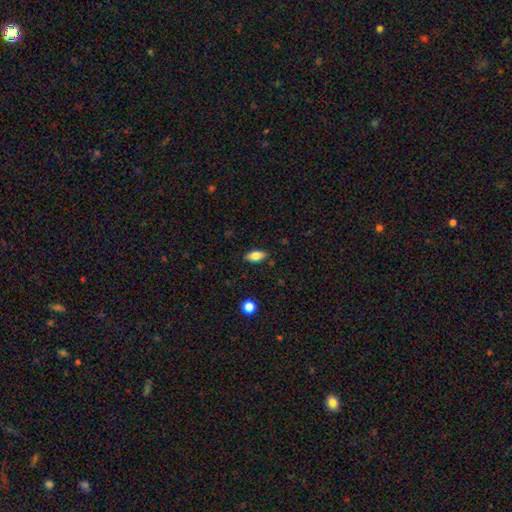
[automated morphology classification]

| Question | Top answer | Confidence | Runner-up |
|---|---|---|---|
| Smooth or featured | smooth | 80% | featured or disk (12%) |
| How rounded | in between | 88% | cigar-shaped (8%) |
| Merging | none | 87% | minor disturbance (10%) |